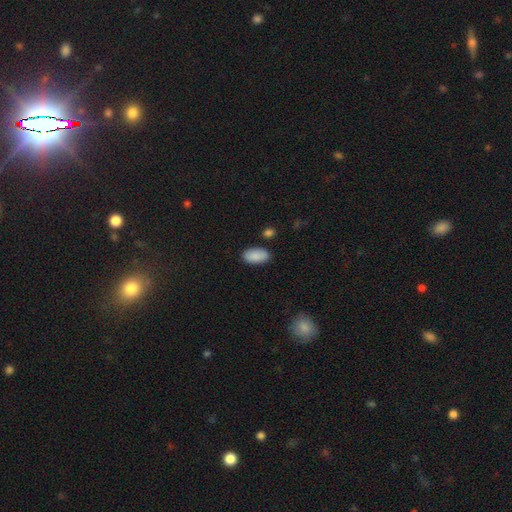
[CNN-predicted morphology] A smooth galaxy with no disk features (89%) that is in between round and cigar-shaped (95%).

Vote fractions:
- Smooth or featured? smooth: 89% / star or artifact: 6% / featured or disk: 5%
- How rounded? in between: 95% / round: 3% / cigar-shaped: 2%
- Merging? none: 82% / minor disturbance: 12% / merger: 3% / major disturbance: 3%